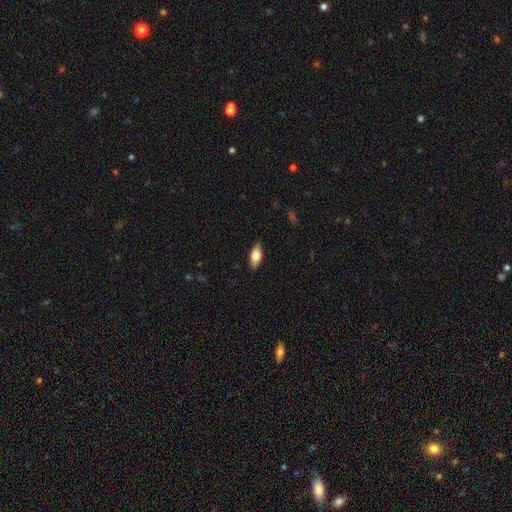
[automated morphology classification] smooth_or_featured: smooth (p=0.69) [alt: featured or disk p=0.25]
how_rounded: in between (p=0.83) [alt: cigar-shaped p=0.14]
merging: none (p=0.88) [alt: minor disturbance p=0.10]